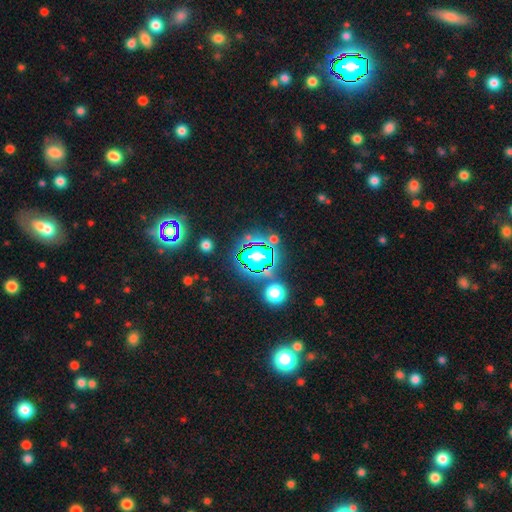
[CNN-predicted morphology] Smooth or featured: star or artifact — 62% (smooth — 24%)